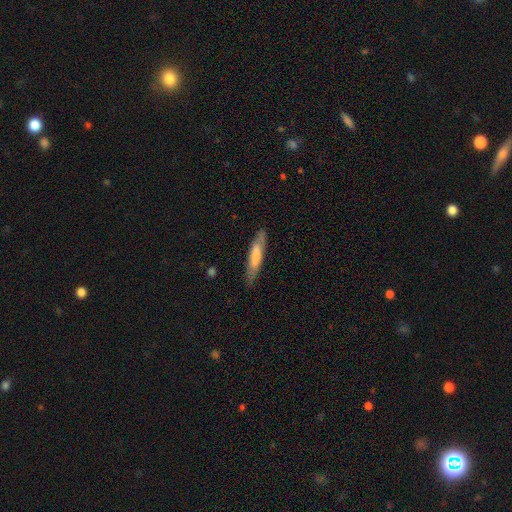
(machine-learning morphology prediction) type=smooth (61%); roundness=cigar-shaped (81%); merging=none (79%).